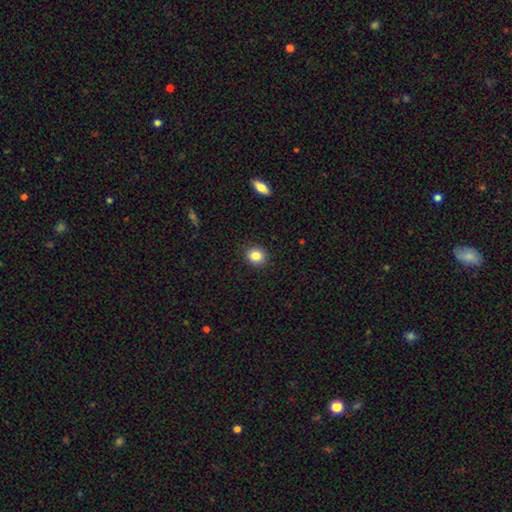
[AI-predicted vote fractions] A smooth galaxy with no disk features (84%) that is round (81%). Merging: none (91%).